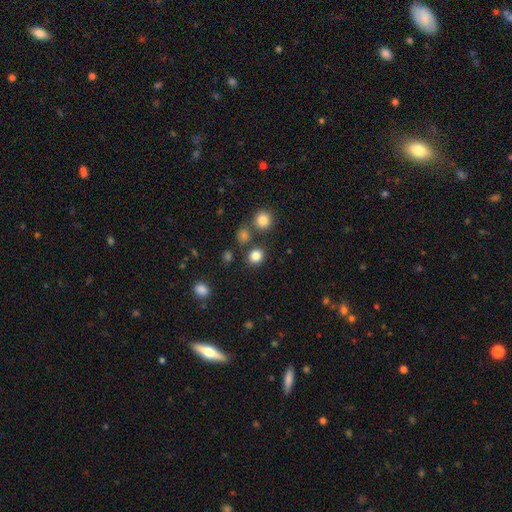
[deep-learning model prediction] Smooth or featured? smooth (83%)
How rounded? round (81%)
Merging? none (81%)